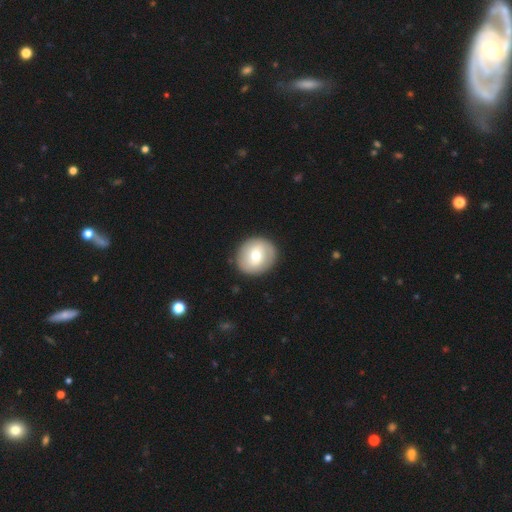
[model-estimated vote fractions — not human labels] Smooth or featured: smooth — 59% (featured or disk — 34%)
How rounded: round — 83% (in between — 16%)
Merging: none — 89% (minor disturbance — 8%)